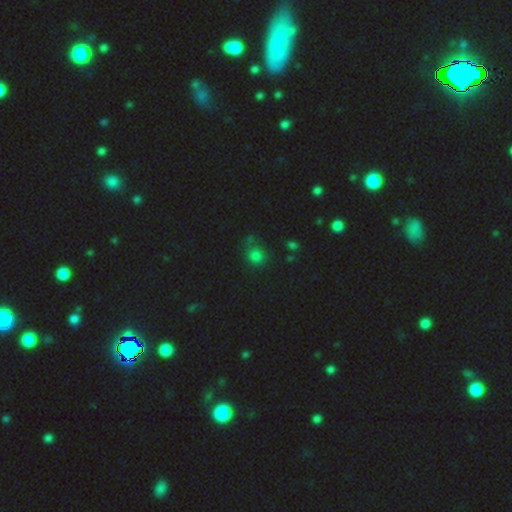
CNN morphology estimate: Q: Smooth or featured?
A: smooth (71%); runner-up: star or artifact (23%)
Q: How rounded?
A: round (80%); runner-up: in between (19%)
Q: Merging?
A: none (66%); runner-up: minor disturbance (17%)